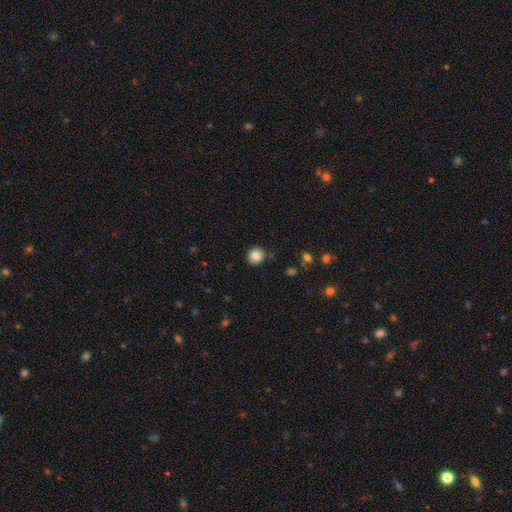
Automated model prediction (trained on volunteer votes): Smooth or featured? smooth (84%)
How rounded? round (90%)
Merging? none (85%)